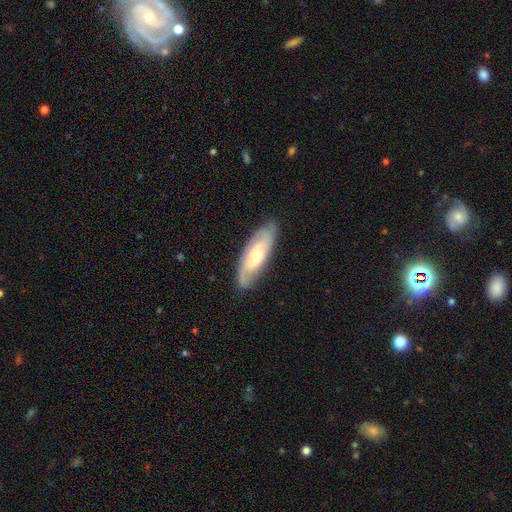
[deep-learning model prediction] This is possibly a featured or disk galaxy (59%). It is likely not viewed edge-on (77%). Merging: clearly none (83%).